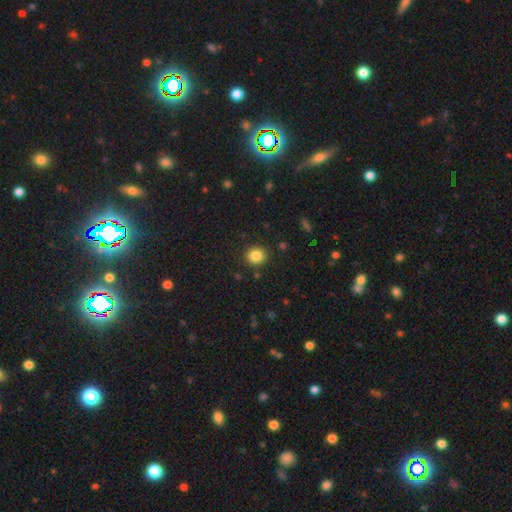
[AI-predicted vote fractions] smooth 84%, star or artifact 11%, featured or disk 5%. Down the decision tree: how rounded — round (86%); merging — none (89%).